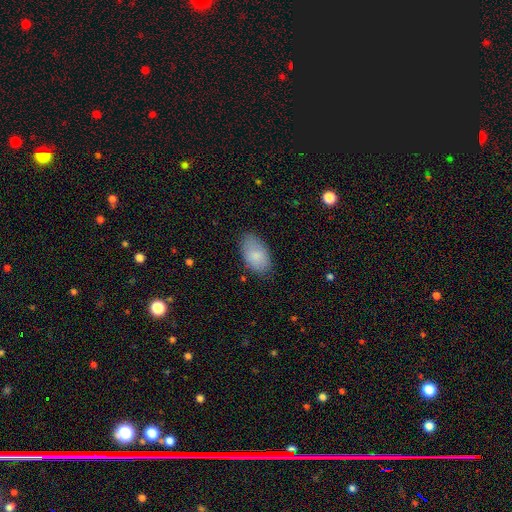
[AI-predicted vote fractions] Smooth or featured? smooth (83%)
How rounded? in between (95%)
Merging? none (78%)